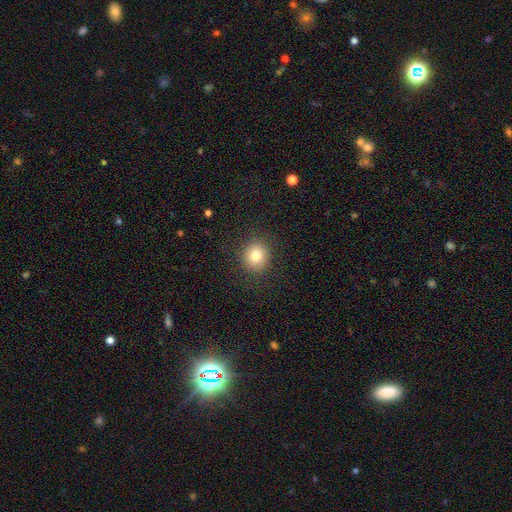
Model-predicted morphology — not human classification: smooth_or_featured: smooth (p=0.80) [alt: star or artifact p=0.11]
how_rounded: round (p=0.85) [alt: in between p=0.14]
merging: none (p=0.88) [alt: minor disturbance p=0.07]